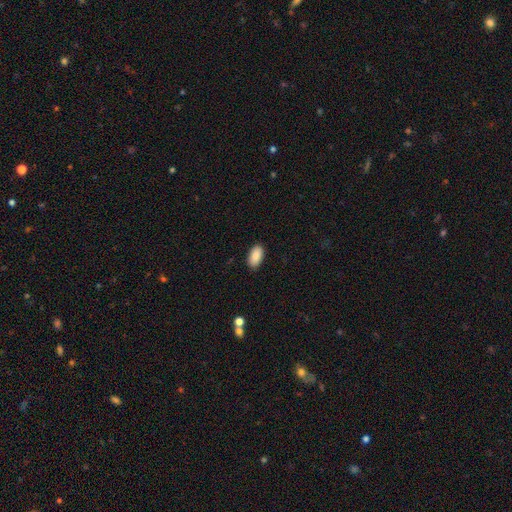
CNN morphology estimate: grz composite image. It shows a smooth galaxy with no disk features (88%) that is in between round and cigar-shaped (95%). Merging: none (89%).